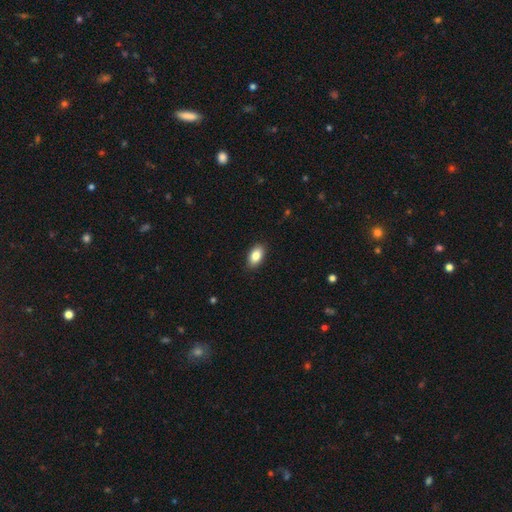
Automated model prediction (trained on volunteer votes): smooth 85%, star or artifact 7%, featured or disk 7%. Down the decision tree: how rounded — in between (92%); merging — none (89%).